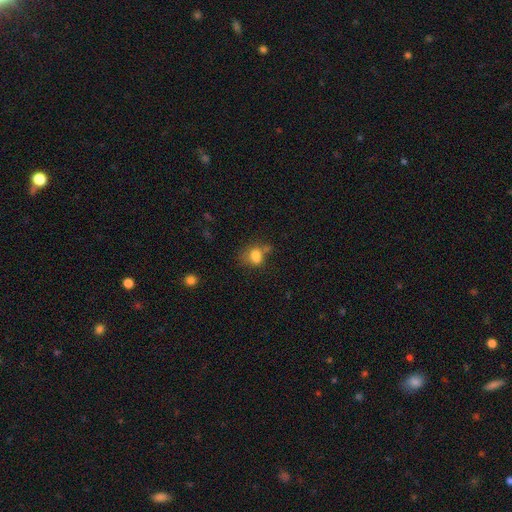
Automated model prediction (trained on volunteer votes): Smooth or featured: smooth — 76% (star or artifact — 12%)
How rounded: in between — 57% (round — 42%)
Merging: none — 38% (minor disturbance — 24%)